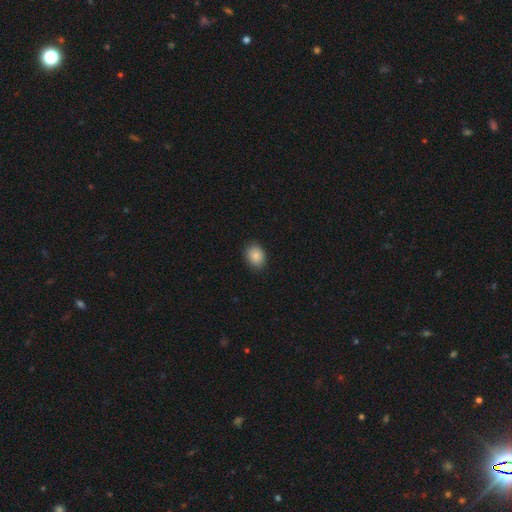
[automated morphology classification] Smooth or featured? smooth (87%)
How rounded? in between (58%)
Merging? none (87%)